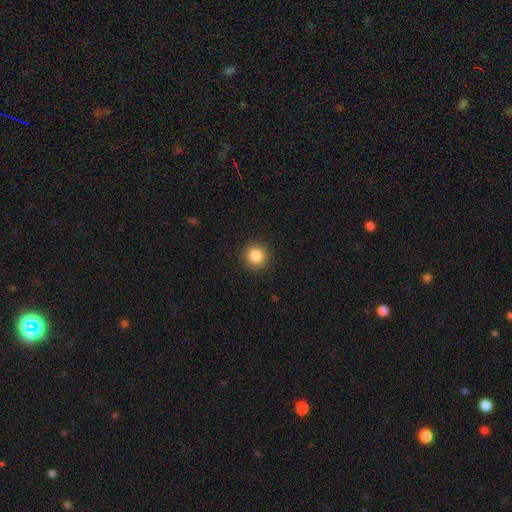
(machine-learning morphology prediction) Q: Smooth or featured?
A: smooth (86%); runner-up: star or artifact (10%)
Q: How rounded?
A: round (95%); runner-up: in between (5%)
Q: Merging?
A: none (92%); runner-up: minor disturbance (5%)